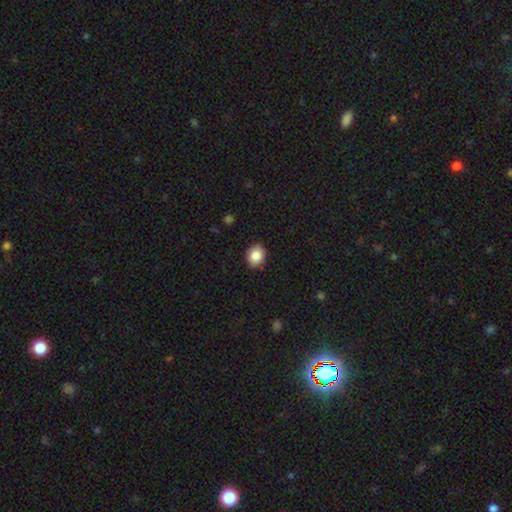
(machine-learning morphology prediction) A smooth galaxy with no disk features (85%) that is round (65%). Merging: none (89%).